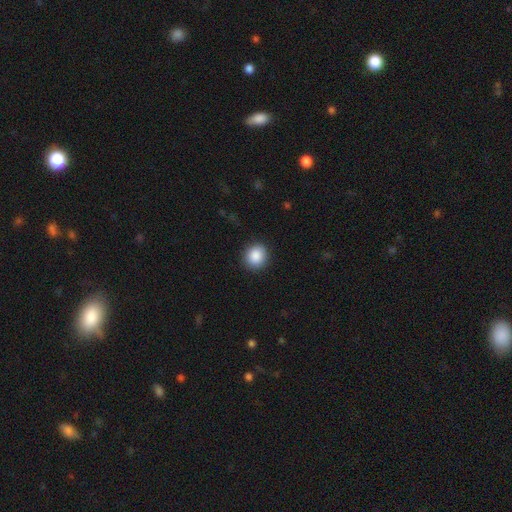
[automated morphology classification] Smooth or featured: smooth — 89% (star or artifact — 8%)
How rounded: round — 85% (in between — 14%)
Merging: none — 90% (minor disturbance — 7%)